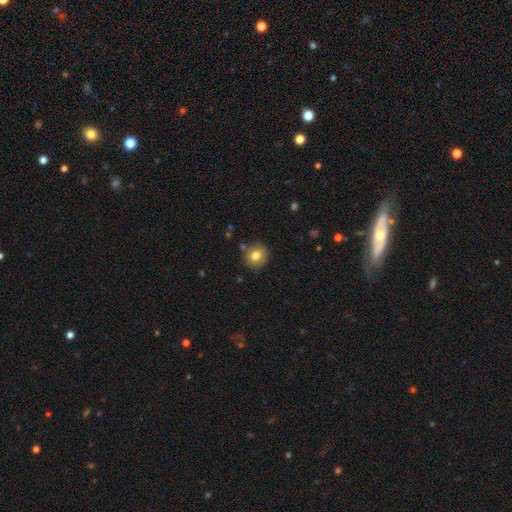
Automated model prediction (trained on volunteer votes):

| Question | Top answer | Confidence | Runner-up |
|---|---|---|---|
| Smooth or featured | smooth | 78% | featured or disk (12%) |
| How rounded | round | 90% | in between (9%) |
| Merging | none | 85% | minor disturbance (9%) |